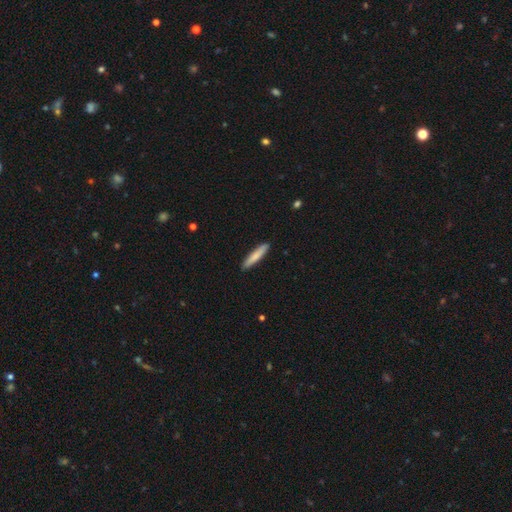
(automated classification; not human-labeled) smooth_or_featured: smooth (p=0.78) [alt: featured or disk p=0.17]
how_rounded: cigar-shaped (p=0.91) [alt: in between p=0.08]
merging: none (p=0.90) [alt: minor disturbance p=0.08]